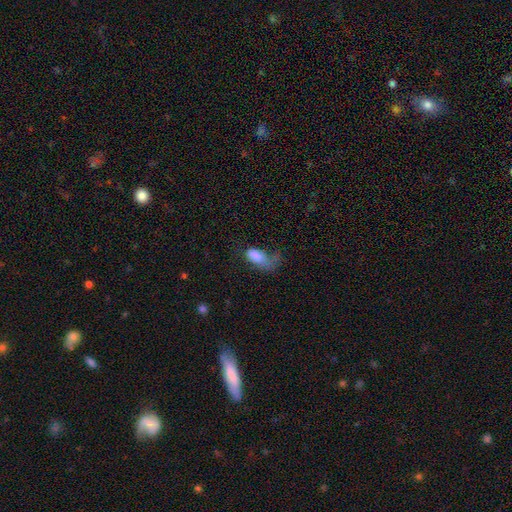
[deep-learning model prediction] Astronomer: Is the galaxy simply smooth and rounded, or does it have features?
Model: smooth — 74%.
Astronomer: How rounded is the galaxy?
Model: in between — 92%.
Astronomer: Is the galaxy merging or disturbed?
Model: major disturbance — 54%.